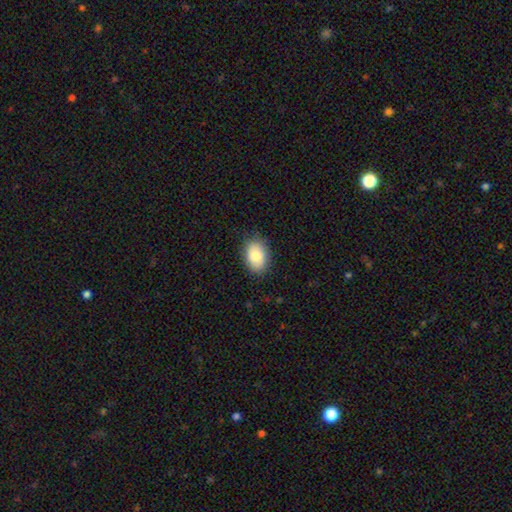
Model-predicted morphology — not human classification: smooth 81%, featured or disk 12%, star or artifact 7%. Down the decision tree: how rounded — in between (85%); merging — none (85%).